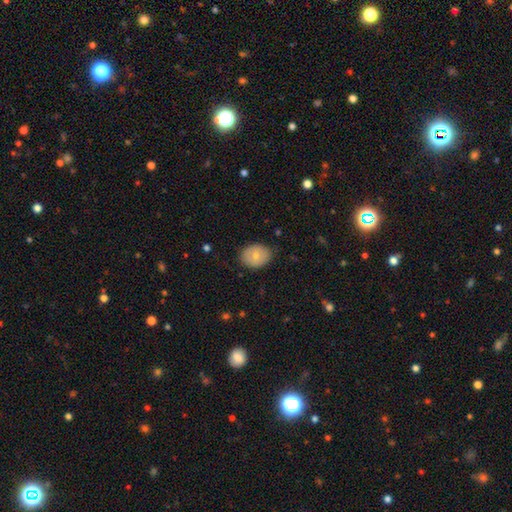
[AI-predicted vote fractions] A smooth galaxy with no disk features (71%) that is in between round and cigar-shaped (60%).

Vote fractions:
- Smooth or featured? smooth: 71% / featured or disk: 22% / star or artifact: 7%
- How rounded? in between: 60% / round: 40% / cigar-shaped: 1%
- Merging? none: 80% / minor disturbance: 16% / major disturbance: 3% / merger: 1%